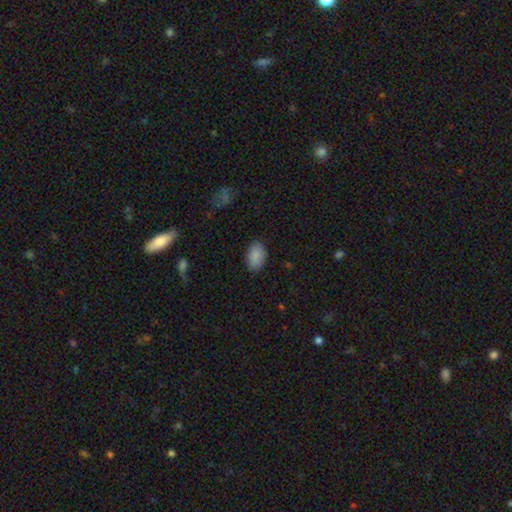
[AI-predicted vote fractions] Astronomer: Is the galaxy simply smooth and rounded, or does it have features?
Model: smooth — 89%.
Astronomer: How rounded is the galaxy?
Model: in between — 90%.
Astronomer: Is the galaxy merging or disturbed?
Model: none — 85%.